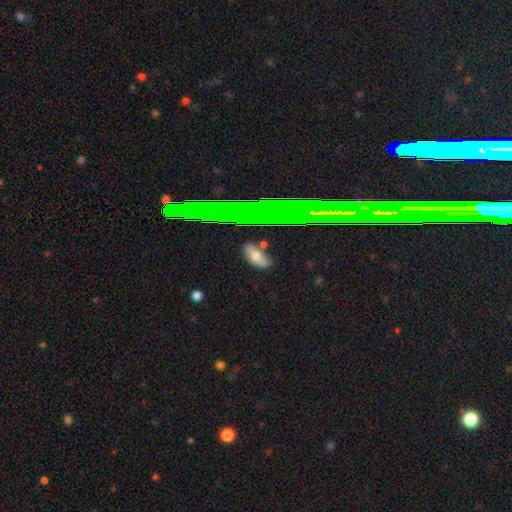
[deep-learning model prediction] The model was most divided on "smooth or featured": smooth: 56%, featured or disk: 29%, star or artifact: 15%. More confident: how rounded — in between (84%); merging — none (71%).